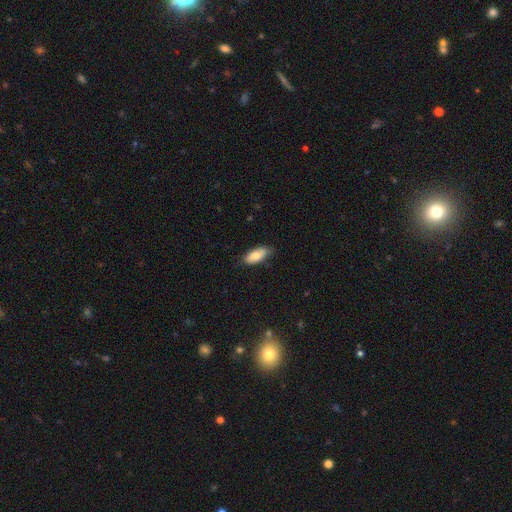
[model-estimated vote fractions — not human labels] smooth-or-featured: smooth: 80% | featured or disk: 14% | star or artifact: 6%
  how-rounded: in between: 86% | cigar-shaped: 12% | round: 2%
  merging: none: 74% | minor disturbance: 21% | major disturbance: 3% | merger: 1%